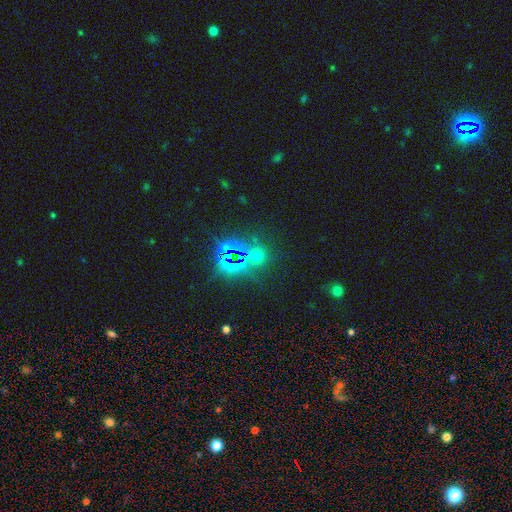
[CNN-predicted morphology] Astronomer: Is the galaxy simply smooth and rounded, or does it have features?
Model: star or artifact — 52% (runner-up: smooth, 40%).